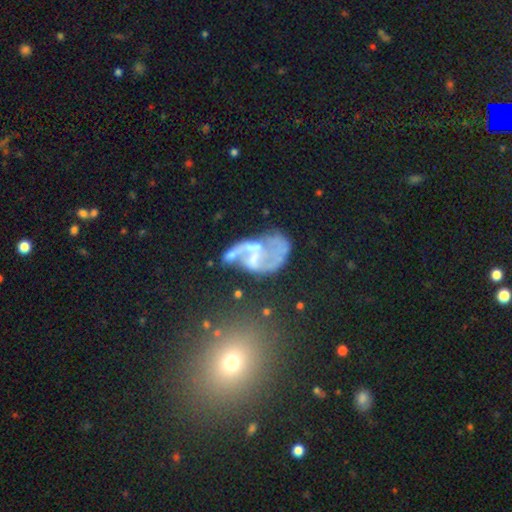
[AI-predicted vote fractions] smooth_or_featured: featured or disk (p=0.80) [alt: smooth p=0.11]
disk_edge_on: no (p=0.98) [alt: yes p=0.02]
bar: no (p=0.45) [alt: weak p=0.38]
has_spiral_arms: yes (p=0.81) [alt: no p=0.19]
spiral_winding: loose (p=0.58) [alt: medium p=0.32]
spiral_arm_count: 2 (p=0.73) [alt: 1 p=0.12]
bulge_size: none (p=0.46) [alt: small p=0.34]
merging: major disturbance (p=0.33) [tied with: none p=0.33]